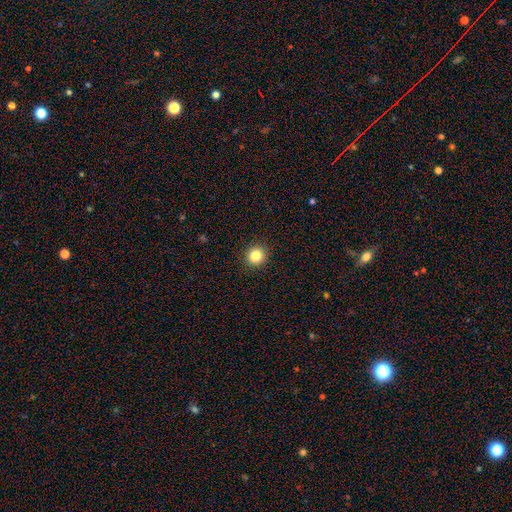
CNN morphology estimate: smooth-or-featured: smooth: 84% | star or artifact: 11% | featured or disk: 5%
  how-rounded: round: 90% | in between: 9% | cigar-shaped: 1%
  merging: none: 92% | minor disturbance: 5% | major disturbance: 2% | merger: 1%